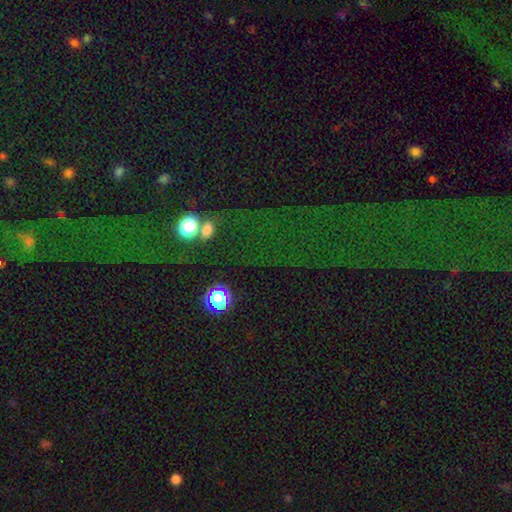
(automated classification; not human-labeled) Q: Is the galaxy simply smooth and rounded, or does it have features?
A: star or artifact — 74%.